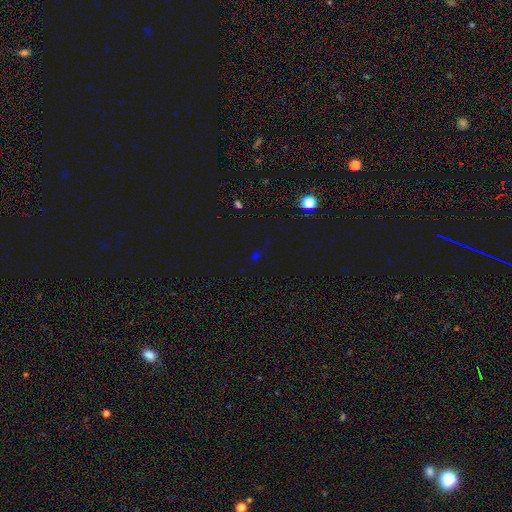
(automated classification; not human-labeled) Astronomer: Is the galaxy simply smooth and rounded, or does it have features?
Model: star or artifact — 64%.